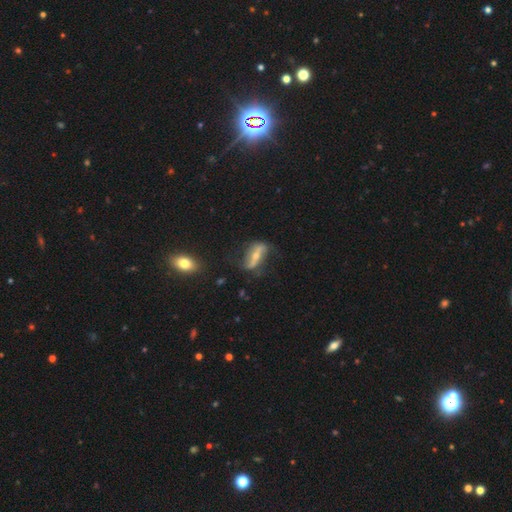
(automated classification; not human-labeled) Overall: featured or disk (72%). Edge-on disk: no (74%). Bar: strong (70%). Spiral arms: yes (74%). Bulge size: small (55%; moderate 38%). Merging: none (62%).